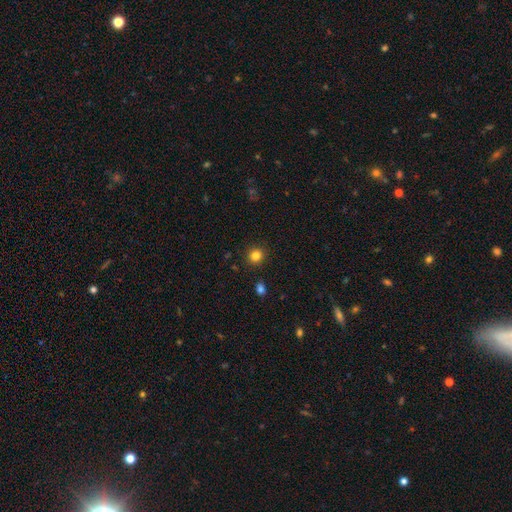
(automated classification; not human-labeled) Smooth or featured: smooth — 83% (star or artifact — 12%)
How rounded: round — 90% (in between — 9%)
Merging: none — 90% (minor disturbance — 6%)